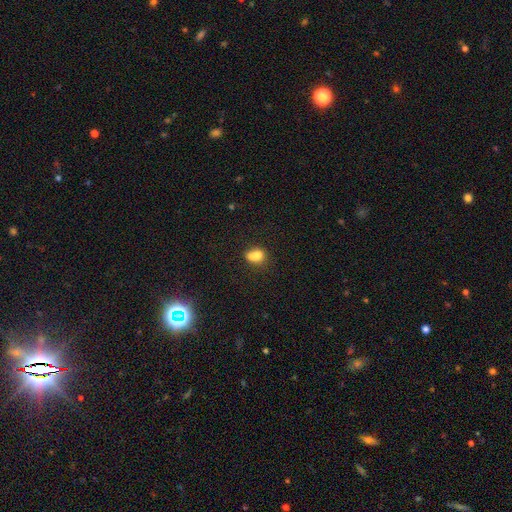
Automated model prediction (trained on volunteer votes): Smooth or featured?
  - smooth: 73% *
  - featured or disk: 16%
  - star or artifact: 11%
How rounded?
  - round: 55% *
  - in between: 43%
  - cigar-shaped: 2%
Merging?
  - merger: 55% *
  - none: 28%
  - minor disturbance: 11%
  - major disturbance: 5%